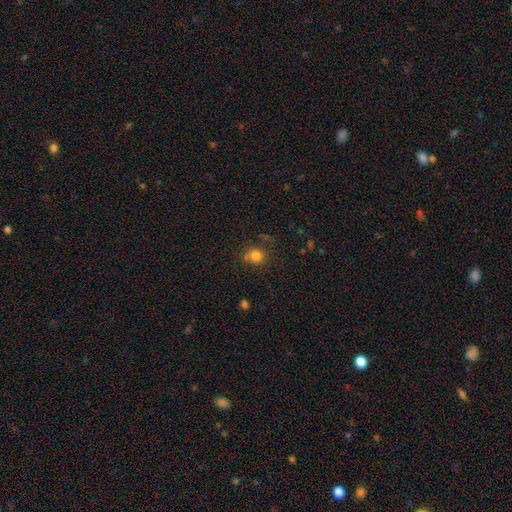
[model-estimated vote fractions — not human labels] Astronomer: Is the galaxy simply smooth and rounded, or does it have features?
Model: smooth — 81%.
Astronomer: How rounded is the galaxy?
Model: round — 85%.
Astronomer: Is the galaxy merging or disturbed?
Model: none — 76%.